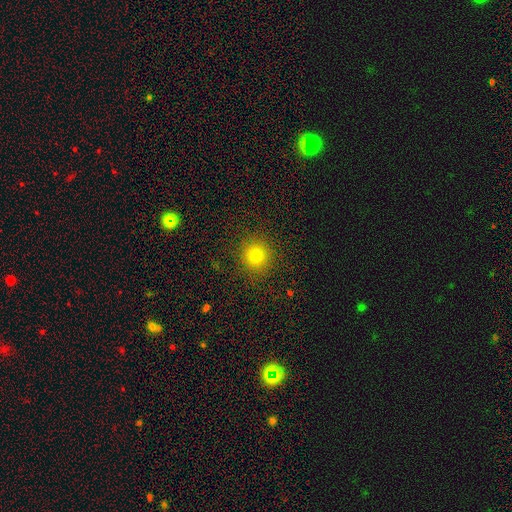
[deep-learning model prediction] smooth_or_featured: smooth (p=0.78) [alt: star or artifact p=0.15]
how_rounded: round (p=0.93) [alt: in between p=0.06]
merging: none (p=0.90) [alt: minor disturbance p=0.07]